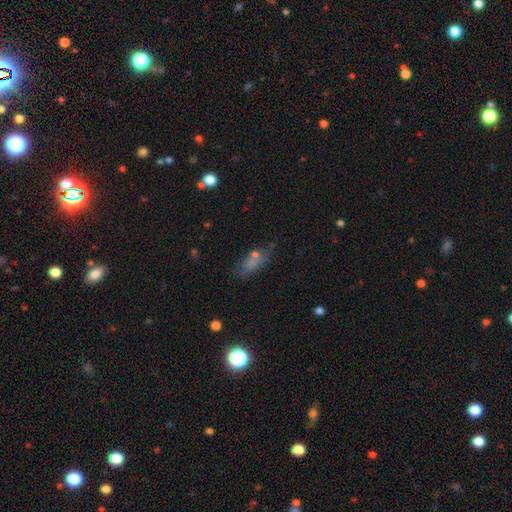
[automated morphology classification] Smooth or featured?
  - smooth: 62% *
  - featured or disk: 20%
  - star or artifact: 18%
How rounded?
  - in between: 65% *
  - cigar-shaped: 28%
  - round: 6%
Merging?
  - none: 55% *
  - minor disturbance: 21%
  - merger: 12%
  - major disturbance: 12%